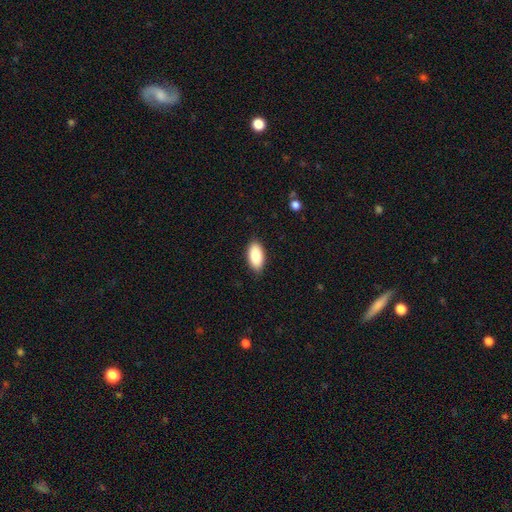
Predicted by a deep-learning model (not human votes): A smooth galaxy with no disk features (89%) that is in between round and cigar-shaped (93%). Merging: none (86%).